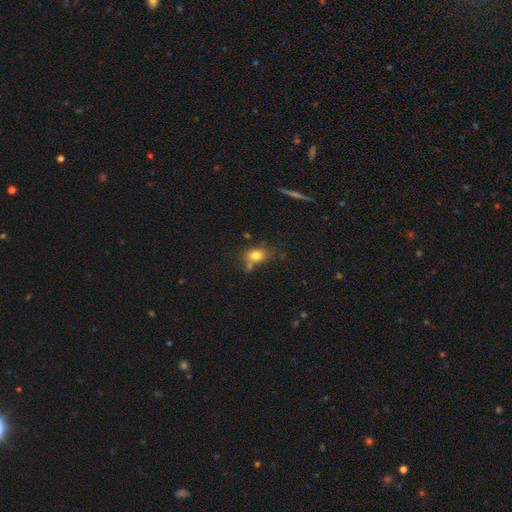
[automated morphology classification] smooth_or_featured: smooth (p=0.77) [alt: featured or disk p=0.12]
how_rounded: in between (p=0.58) [alt: round p=0.40]
merging: none (p=0.55) [alt: minor disturbance p=0.21]